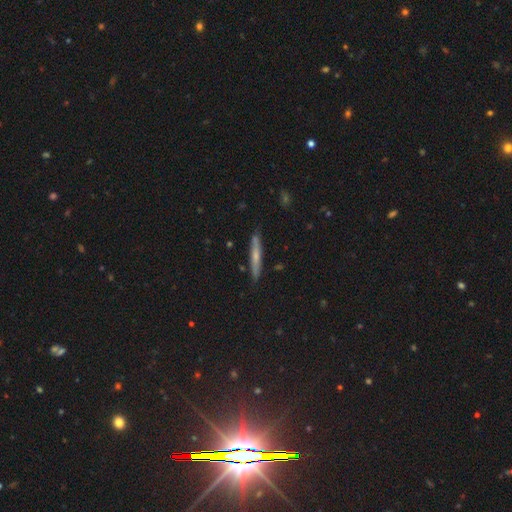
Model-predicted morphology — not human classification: This is possibly a smooth galaxy (51%). How rounded: clearly cigar-shaped (95%). Merging: clearly none (88%).